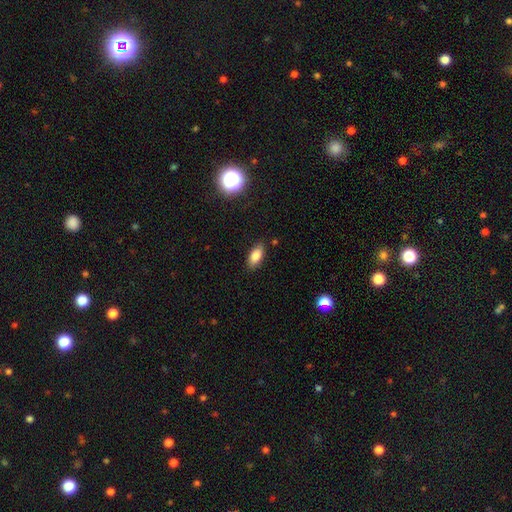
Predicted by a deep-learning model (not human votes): A smooth galaxy with no disk features (83%) that is in between round and cigar-shaped (88%).

Vote fractions:
- Smooth or featured? smooth: 83% / star or artifact: 9% / featured or disk: 8%
- How rounded? in between: 88% / cigar-shaped: 9% / round: 4%
- Merging? none: 86% / minor disturbance: 10% / major disturbance: 2% / merger: 1%